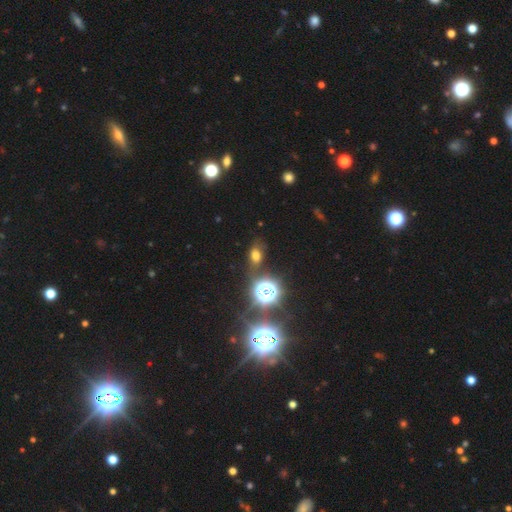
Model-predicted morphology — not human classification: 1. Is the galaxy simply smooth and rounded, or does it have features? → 54% smooth, 35% star or artifact, 12% featured or disk.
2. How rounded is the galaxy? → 71% in between, 25% round, 3% cigar-shaped.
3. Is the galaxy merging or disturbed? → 71% none, 16% minor disturbance, 7% major disturbance, 6% merger.